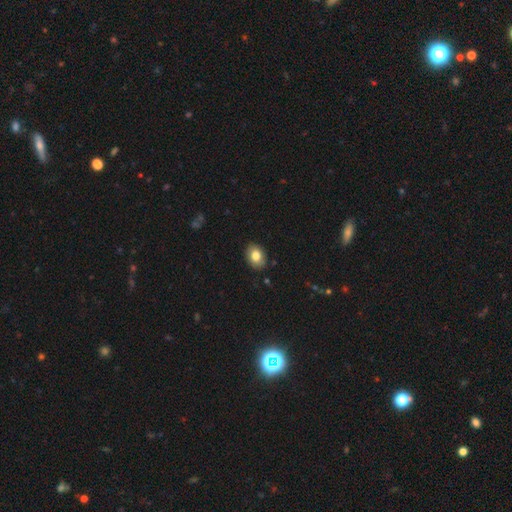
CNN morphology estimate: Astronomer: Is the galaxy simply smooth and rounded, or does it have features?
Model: smooth — 81%.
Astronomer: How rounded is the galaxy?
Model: in between — 71%.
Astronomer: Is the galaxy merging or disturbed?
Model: none — 88%.